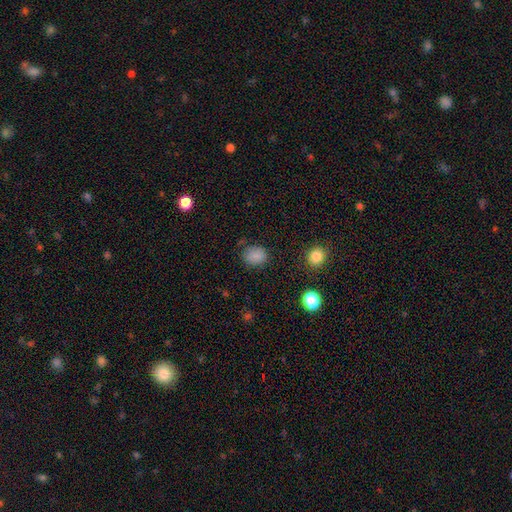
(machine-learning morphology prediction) Smooth or featured: smooth — 84% (star or artifact — 11%)
How rounded: round — 61% (in between — 38%)
Merging: none — 78% (minor disturbance — 16%)